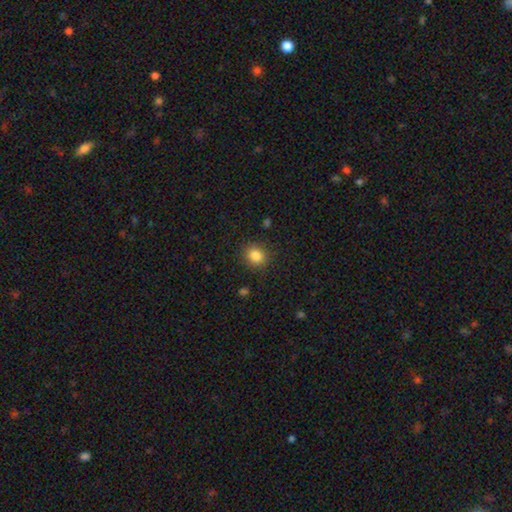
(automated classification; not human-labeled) smooth-or-featured: smooth: 84% | star or artifact: 11% | featured or disk: 5%
  how-rounded: round: 76% | in between: 23% | cigar-shaped: 1%
  merging: none: 87% | minor disturbance: 9% | major disturbance: 3% | merger: 1%